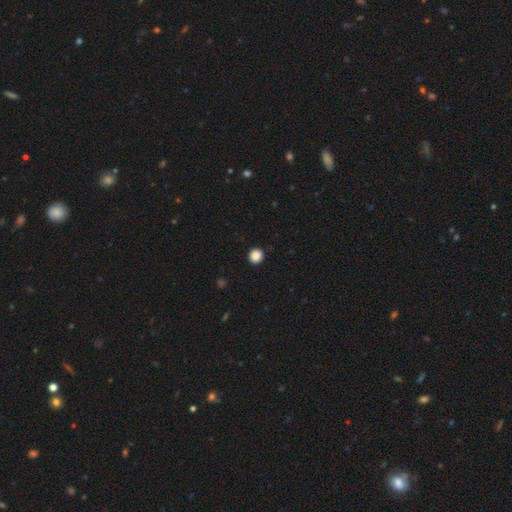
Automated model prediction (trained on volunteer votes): Smooth or featured: smooth — 87% (star or artifact — 10%)
How rounded: round — 92% (in between — 7%)
Merging: none — 93% (minor disturbance — 4%)